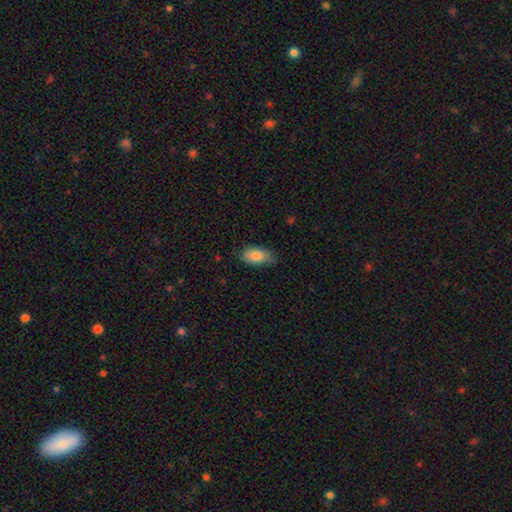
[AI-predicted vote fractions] Smooth or featured? smooth (84%)
How rounded? in between (92%)
Merging? none (71%)